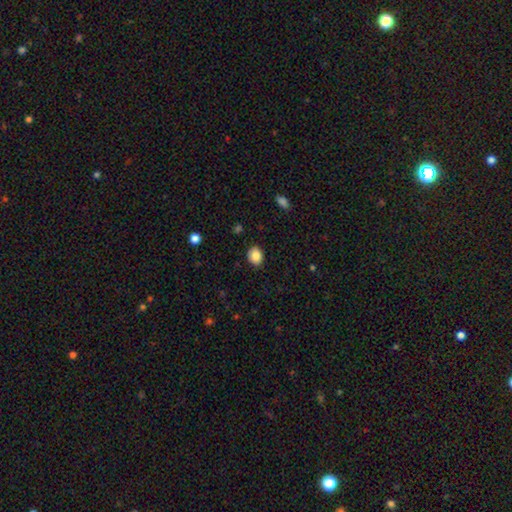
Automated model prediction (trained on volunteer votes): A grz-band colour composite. It shows a smooth galaxy with no disk features (86%) that is round (55%). Merging: none (86%).